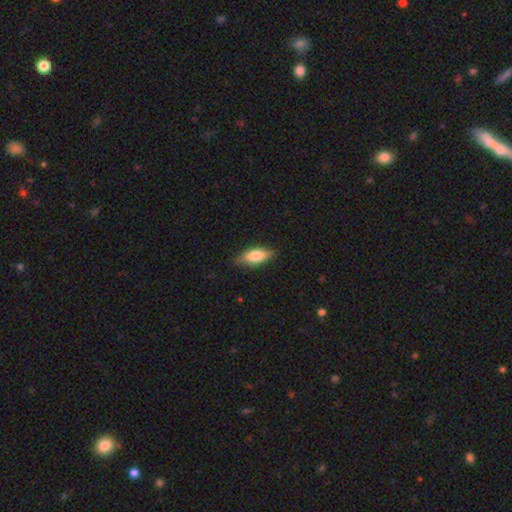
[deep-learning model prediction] The model was most divided on "how rounded": in between: 72%, cigar-shaped: 25%, round: 3%. More confident: merging — none (82%); smooth or featured — smooth (72%).